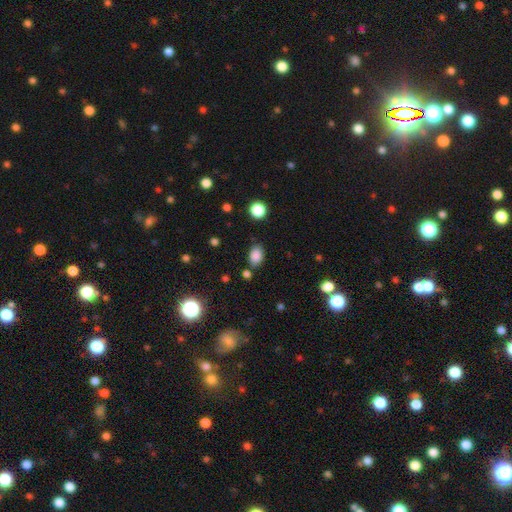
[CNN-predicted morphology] Smooth or featured? Predicted: smooth (p=0.84). How rounded? Predicted: in between (p=0.79). Merging? Predicted: none (p=0.77).